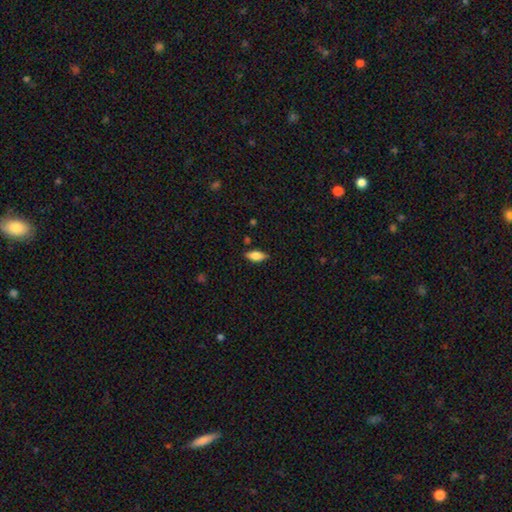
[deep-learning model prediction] smooth_or_featured: smooth (p=0.76) [alt: featured or disk p=0.16]
how_rounded: in between (p=0.80) [alt: cigar-shaped p=0.18]
merging: none (p=0.85) [alt: minor disturbance p=0.11]